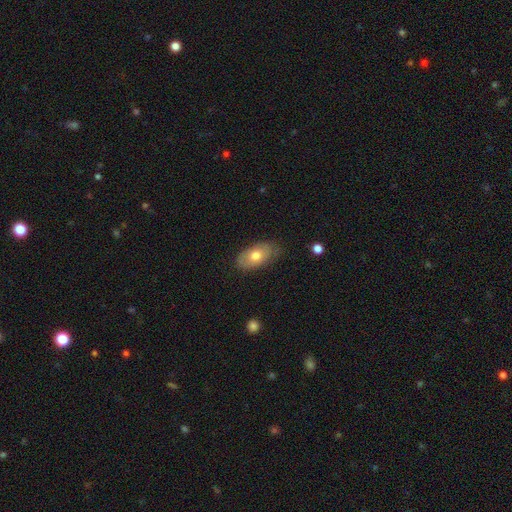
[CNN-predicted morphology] This appears to be a smooth galaxy with no disk features (67%) that is in between round and cigar-shaped (92%). Merging: none (75%).